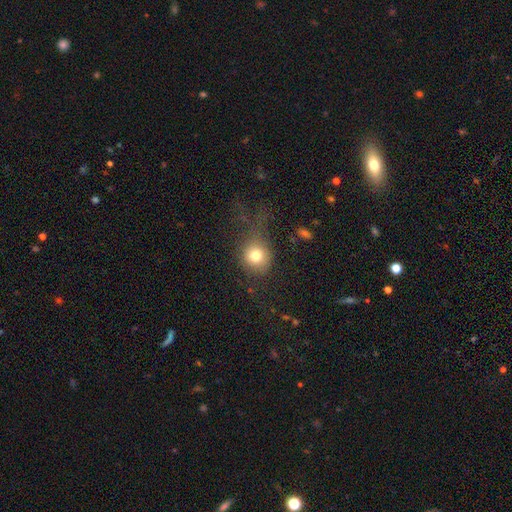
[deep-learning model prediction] Q: Smooth or featured?
A: smooth (76%); runner-up: star or artifact (13%)
Q: How rounded?
A: round (84%); runner-up: in between (14%)
Q: Merging?
A: none (52%); runner-up: major disturbance (26%)